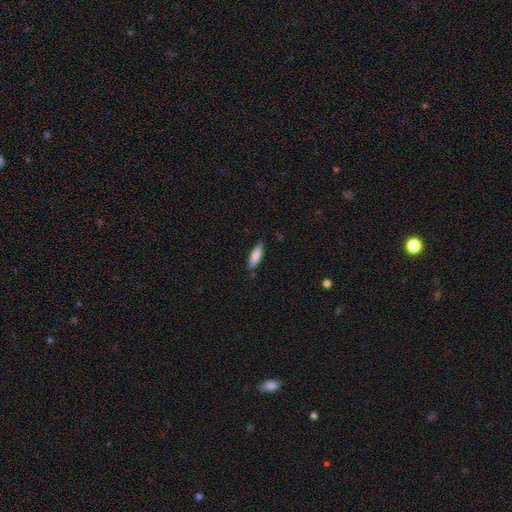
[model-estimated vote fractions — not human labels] Smooth or featured? Predicted: smooth (p=0.86). How rounded? Predicted: in between (p=0.53). Merging? Predicted: none (p=0.82).